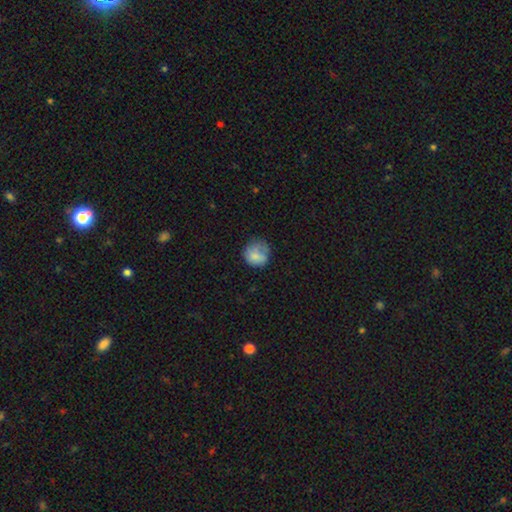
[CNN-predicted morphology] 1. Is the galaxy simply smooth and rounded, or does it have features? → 77% smooth, 15% featured or disk, 9% star or artifact.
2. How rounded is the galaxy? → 83% round, 16% in between, 1% cigar-shaped.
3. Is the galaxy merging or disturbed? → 56% none, 28% minor disturbance, 13% major disturbance, 3% merger.